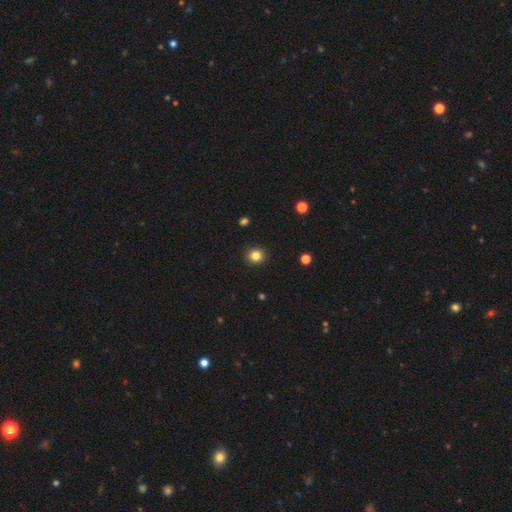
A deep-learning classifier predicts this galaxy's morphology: A smooth galaxy with no disk features (84%) that is round (86%). Merging: none (92%).